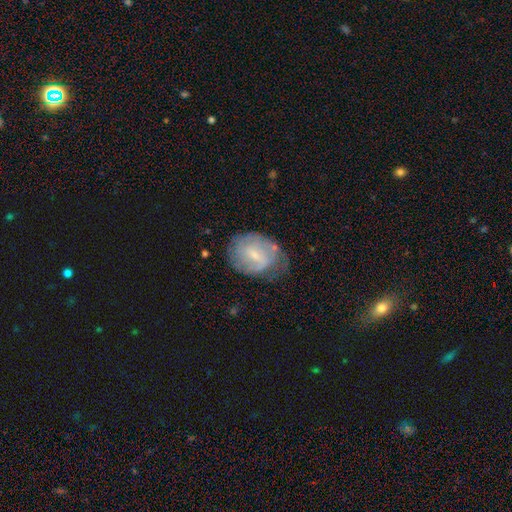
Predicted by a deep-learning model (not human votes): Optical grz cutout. It shows a featured or disk galaxy (65%) with a weak bar (59%), tight (48%) spiral arms (80%) and a small central bulge (67%). Merging: none (54%).